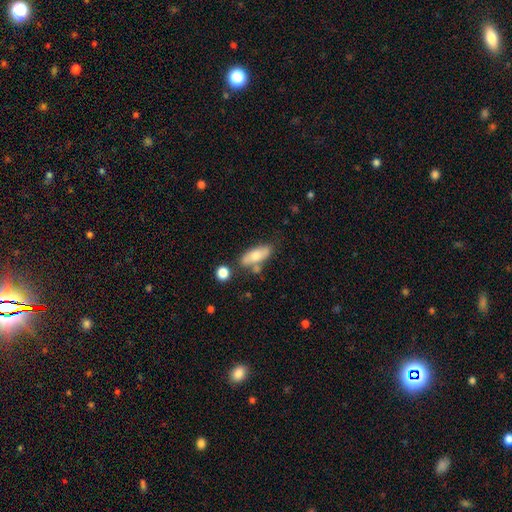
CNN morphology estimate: smooth 65%, featured or disk 28%, star or artifact 7%. Down the decision tree: how rounded — in between (74%); merging — none (62%).